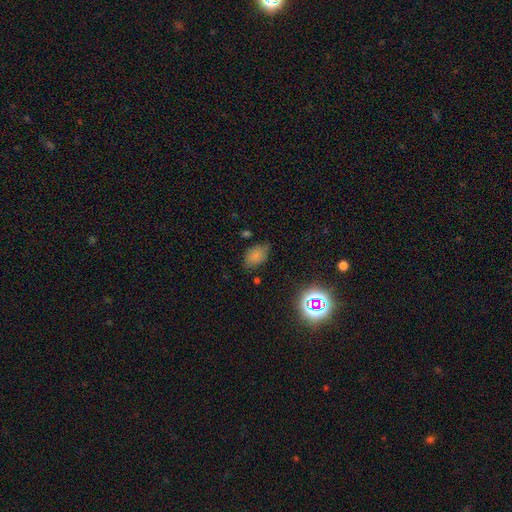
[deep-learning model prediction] smooth-or-featured: smooth: 77% | star or artifact: 16% | featured or disk: 8%
  how-rounded: in between: 89% | round: 9% | cigar-shaped: 2%
  merging: none: 69% | minor disturbance: 23% | major disturbance: 6% | merger: 3%